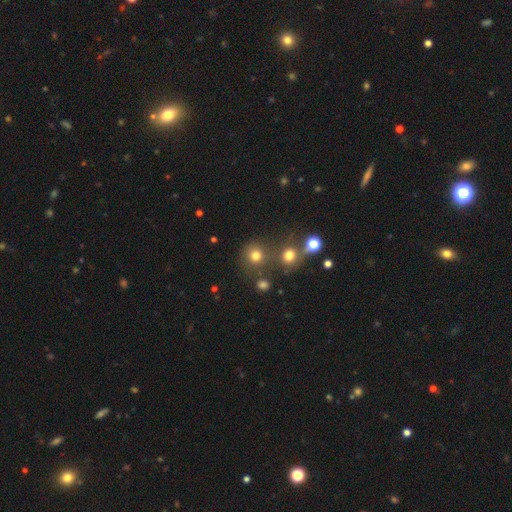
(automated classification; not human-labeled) This is likely a smooth galaxy (75%). How rounded: clearly round (90%). Merging: likely none (68%).